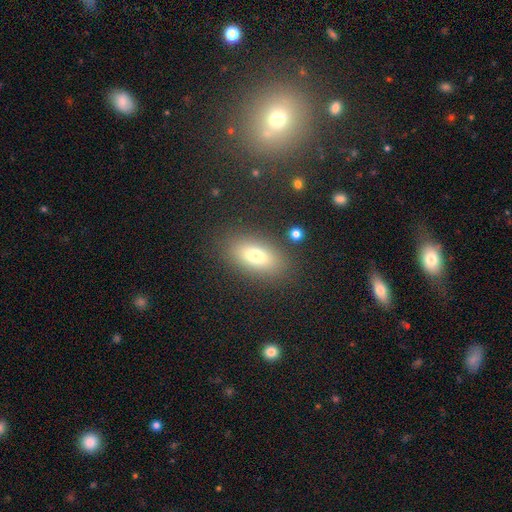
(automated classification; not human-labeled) smooth 76%, featured or disk 14%, star or artifact 10%. Down the decision tree: how rounded — in between (86%); merging — none (85%).